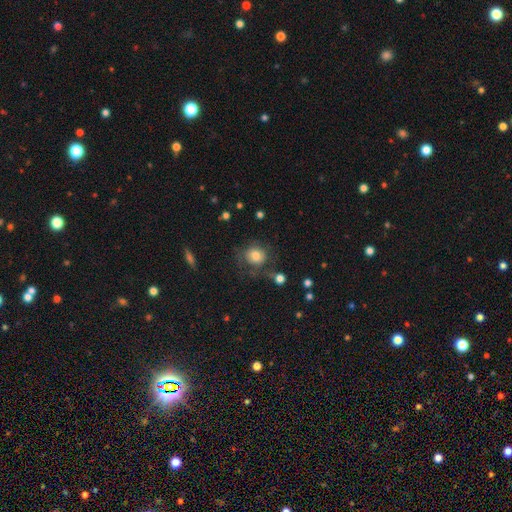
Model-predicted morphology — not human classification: Q: Smooth or featured?
A: smooth (70%); runner-up: featured or disk (20%)
Q: How rounded?
A: round (78%); runner-up: in between (21%)
Q: Merging?
A: none (56%); runner-up: minor disturbance (21%)